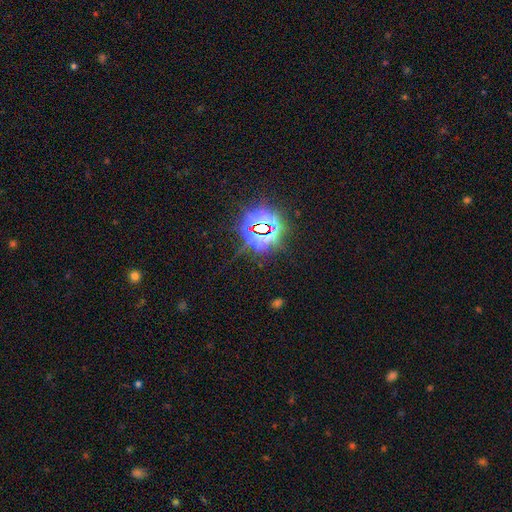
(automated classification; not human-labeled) Morphology: type=star or artifact (81%).